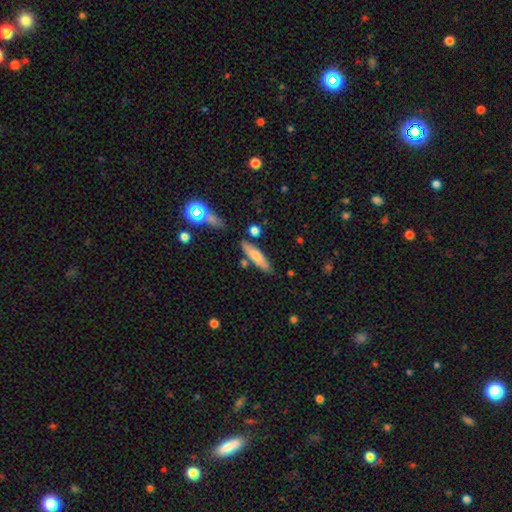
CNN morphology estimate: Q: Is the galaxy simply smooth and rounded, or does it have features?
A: smooth — 66%.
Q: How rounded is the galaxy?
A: cigar-shaped — 69%.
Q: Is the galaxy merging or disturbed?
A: none — 76%.